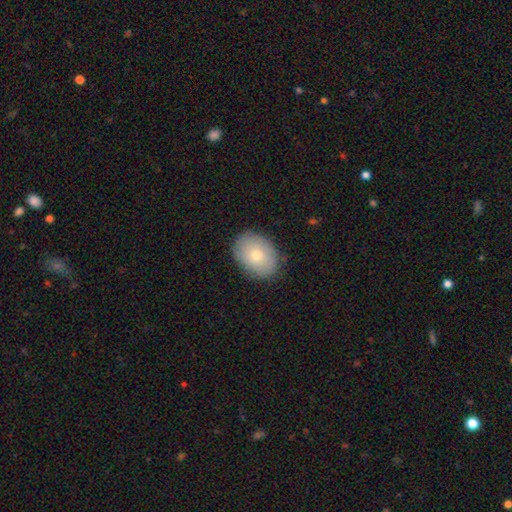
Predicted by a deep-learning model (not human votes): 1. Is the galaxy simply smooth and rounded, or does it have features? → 74% smooth, 19% featured or disk, 7% star or artifact.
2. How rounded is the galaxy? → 72% in between, 27% round, 1% cigar-shaped.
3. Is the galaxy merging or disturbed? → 85% none, 11% minor disturbance, 2% major disturbance, 1% merger.